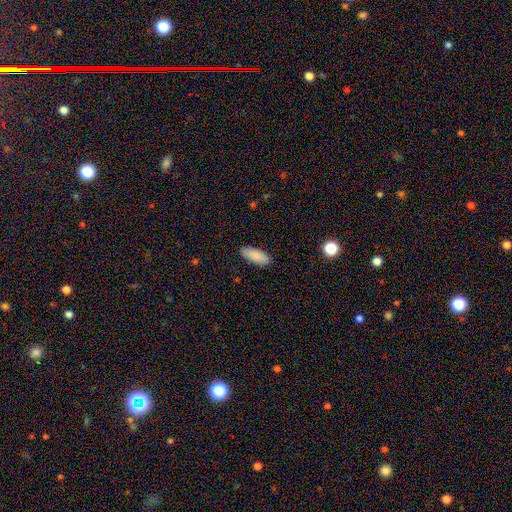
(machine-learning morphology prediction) A smooth galaxy with no disk features (89%) that is in between round and cigar-shaped (74%).

Vote fractions:
- Smooth or featured? smooth: 89% / star or artifact: 6% / featured or disk: 5%
- How rounded? in between: 74% / cigar-shaped: 24% / round: 2%
- Merging? none: 89% / minor disturbance: 8% / major disturbance: 2% / merger: 1%